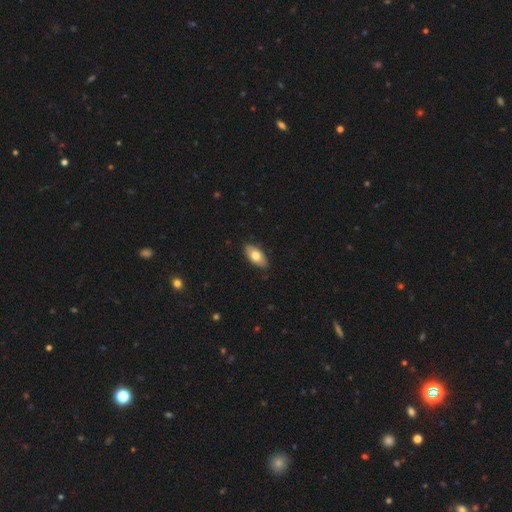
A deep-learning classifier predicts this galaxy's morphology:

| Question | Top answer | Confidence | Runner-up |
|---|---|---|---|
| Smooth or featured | smooth | 73% | featured or disk (21%) |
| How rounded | in between | 92% | cigar-shaped (5%) |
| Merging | none | 87% | minor disturbance (10%) |